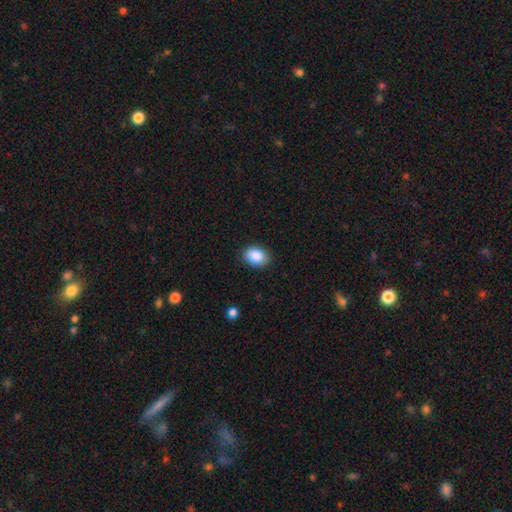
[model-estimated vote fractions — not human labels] Smooth or featured?
  - smooth: 89% *
  - star or artifact: 7%
  - featured or disk: 4%
How rounded?
  - in between: 79% *
  - round: 20%
  - cigar-shaped: 1%
Merging?
  - none: 87% *
  - minor disturbance: 9%
  - major disturbance: 2%
  - merger: 1%